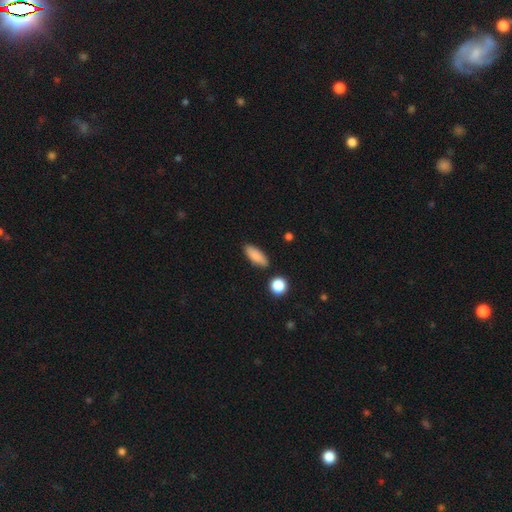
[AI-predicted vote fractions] This appears to be a smooth galaxy with no disk features (86%) that is in between round and cigar-shaped (71%). Merging: none (84%).